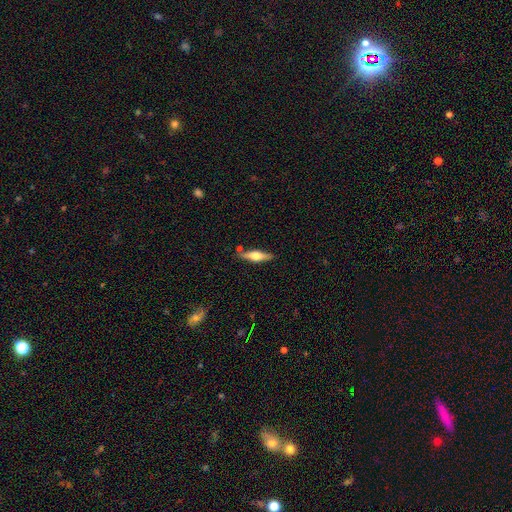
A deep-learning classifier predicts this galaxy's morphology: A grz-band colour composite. It shows a featured or disk galaxy (55%) viewed edge-on (94%) with a rounded central bulge (93%). Merging: none (83%).